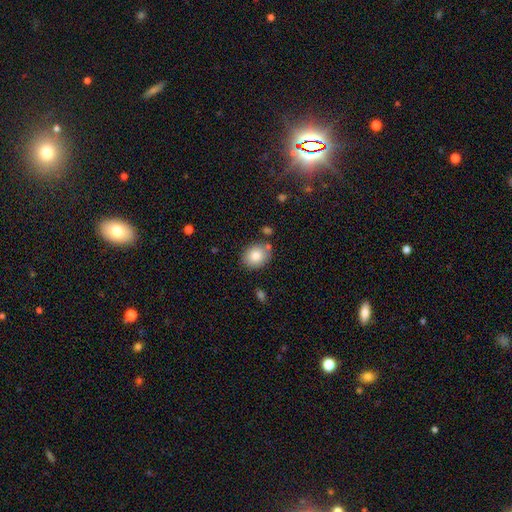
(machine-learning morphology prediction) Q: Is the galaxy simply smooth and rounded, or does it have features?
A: smooth — 83%.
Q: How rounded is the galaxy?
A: round — 58%.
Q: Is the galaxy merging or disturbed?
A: none — 78%.